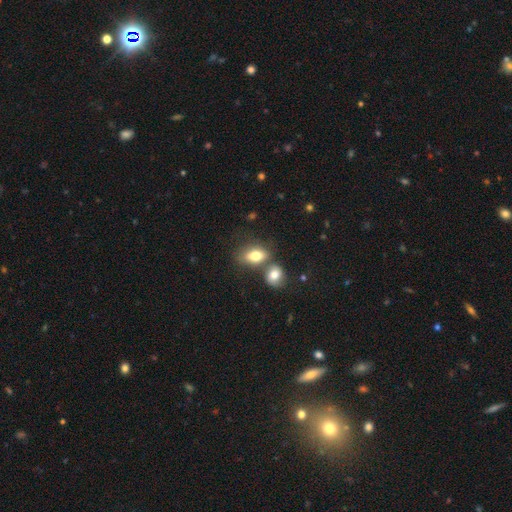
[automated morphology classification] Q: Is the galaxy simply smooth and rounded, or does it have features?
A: smooth — 78%.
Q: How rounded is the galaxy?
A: in between — 82%.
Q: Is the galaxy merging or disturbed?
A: none — 43%.